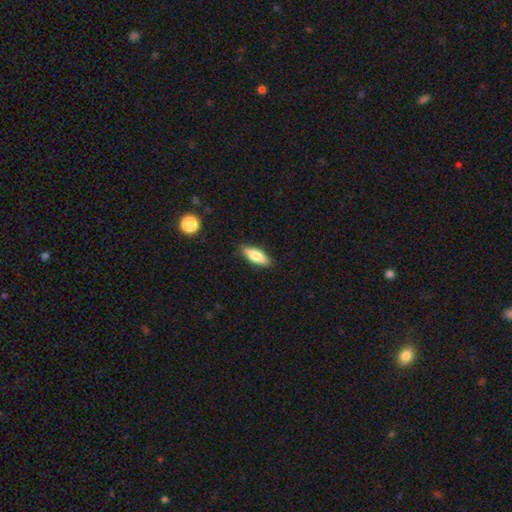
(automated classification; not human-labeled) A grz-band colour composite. It shows a smooth galaxy with no disk features (73%) that is in between round and cigar-shaped (62%). Merging: none (87%).